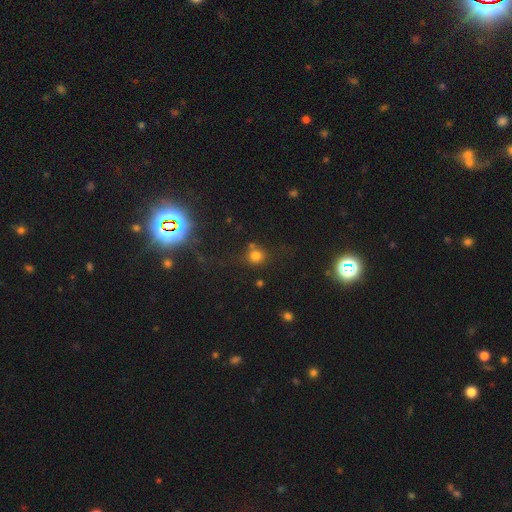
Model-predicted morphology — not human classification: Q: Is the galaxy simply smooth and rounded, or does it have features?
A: smooth — 73%.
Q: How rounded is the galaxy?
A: round — 88%.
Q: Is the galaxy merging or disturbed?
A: none — 70%.